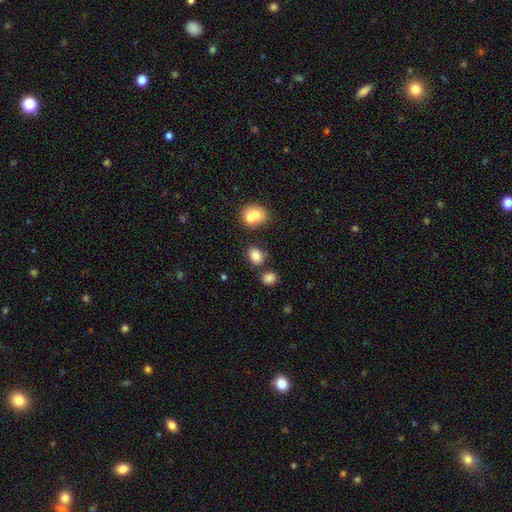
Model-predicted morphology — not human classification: Q: Smooth or featured?
A: smooth (83%); runner-up: star or artifact (11%)
Q: How rounded?
A: in between (67%); runner-up: round (32%)
Q: Merging?
A: none (67%); runner-up: merger (16%)